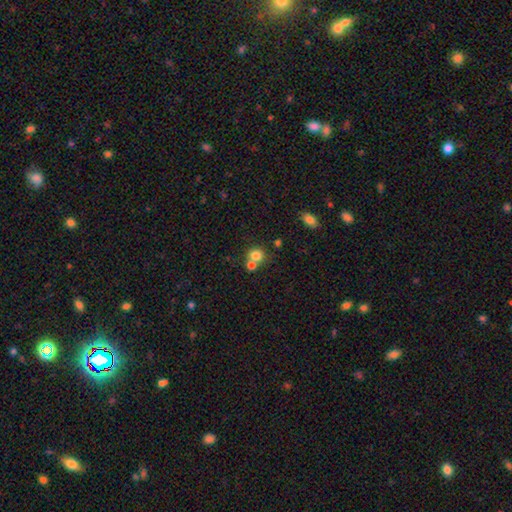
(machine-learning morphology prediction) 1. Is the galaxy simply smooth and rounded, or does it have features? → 79% smooth, 12% star or artifact, 9% featured or disk.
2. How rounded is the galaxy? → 82% round, 17% in between, 1% cigar-shaped.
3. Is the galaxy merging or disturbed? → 48% none, 42% merger, 7% minor disturbance, 3% major disturbance.